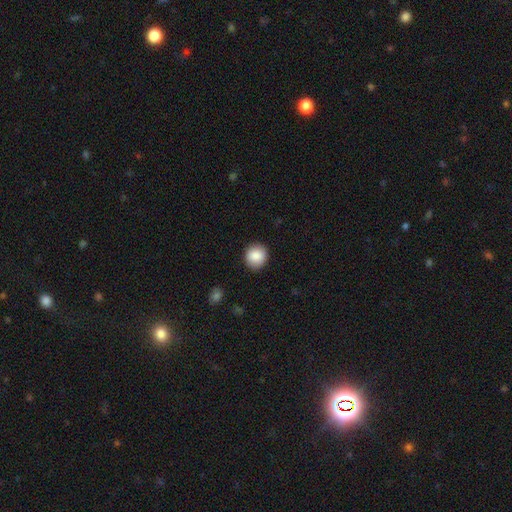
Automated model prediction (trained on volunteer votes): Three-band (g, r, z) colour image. It shows a smooth galaxy with no disk features (88%) that is round (88%). Merging: none (89%).